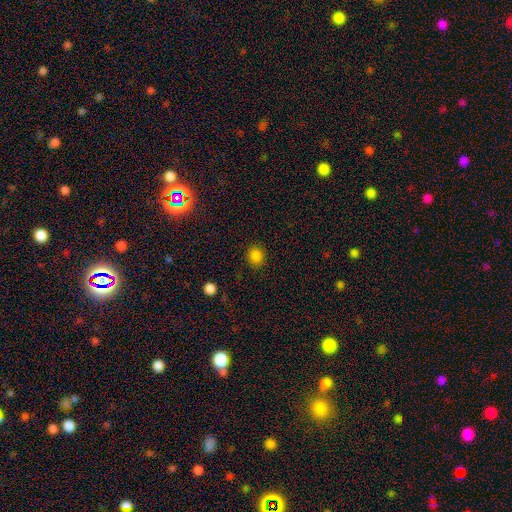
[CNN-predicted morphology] A smooth galaxy with no disk features (83%) that is round (83%).

Vote fractions:
- Smooth or featured? smooth: 83% / star or artifact: 14% / featured or disk: 3%
- How rounded? round: 83% / in between: 16% / cigar-shaped: 1%
- Merging? none: 89% / minor disturbance: 7% / major disturbance: 2% / merger: 1%